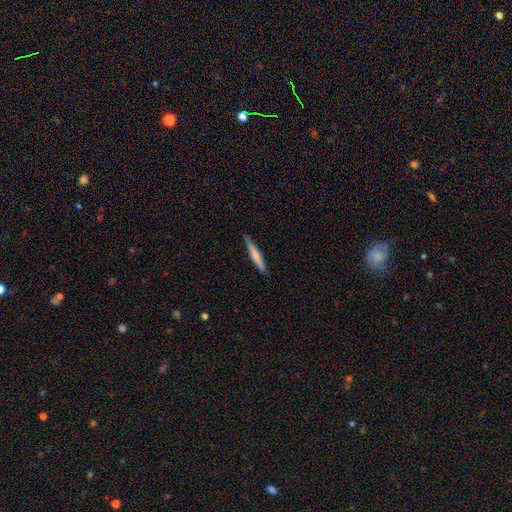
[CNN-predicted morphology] Overall: smooth (60%; featured or disk 34%). How rounded: cigar-shaped (94%). Merging: none (86%).